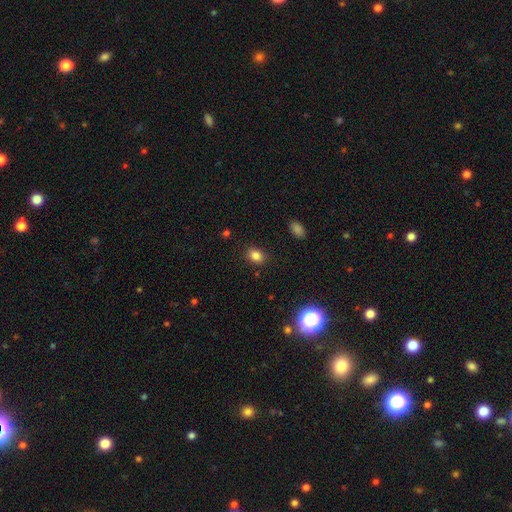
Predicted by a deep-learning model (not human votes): A smooth galaxy with no disk features (83%) that is in between round and cigar-shaped (67%).

Vote fractions:
- Smooth or featured? smooth: 83% / star or artifact: 12% / featured or disk: 5%
- How rounded? in between: 67% / round: 32% / cigar-shaped: 1%
- Merging? none: 87% / minor disturbance: 9% / major disturbance: 3% / merger: 1%